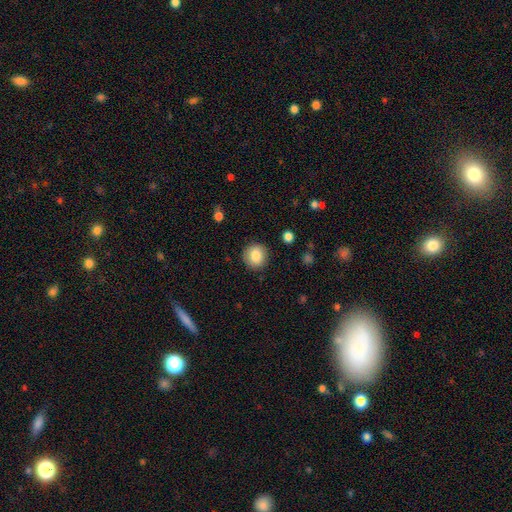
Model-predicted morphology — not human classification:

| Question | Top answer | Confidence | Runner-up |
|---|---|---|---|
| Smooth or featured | smooth | 84% | star or artifact (9%) |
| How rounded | round | 89% | in between (10%) |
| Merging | none | 89% | minor disturbance (7%) |